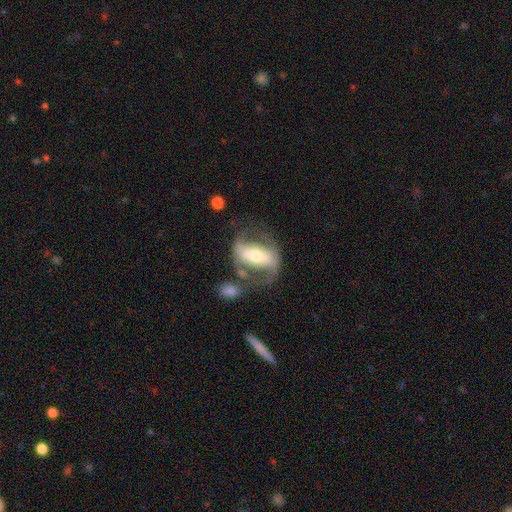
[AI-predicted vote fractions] Morphology: type=featured or disk (78%); edge-on=no (91%); bar=strong (63%); spiral arms=yes (74%); winding=medium (45%); arm count=2 (84%); bulge=moderate (59%); merging=none (53%).